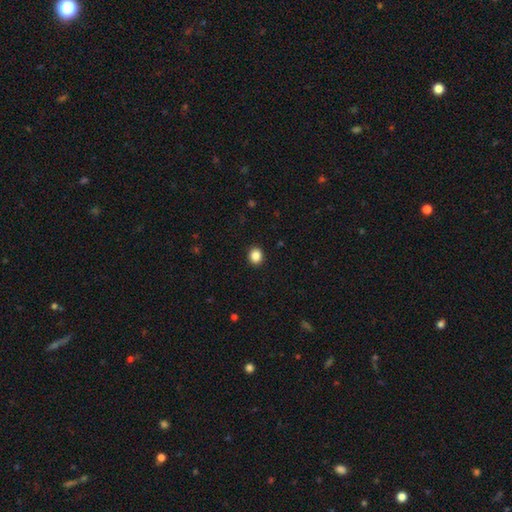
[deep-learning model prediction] smooth_or_featured: smooth (p=0.87) [alt: star or artifact p=0.10]
how_rounded: round (p=0.73) [alt: in between p=0.26]
merging: none (p=0.92) [alt: minor disturbance p=0.05]